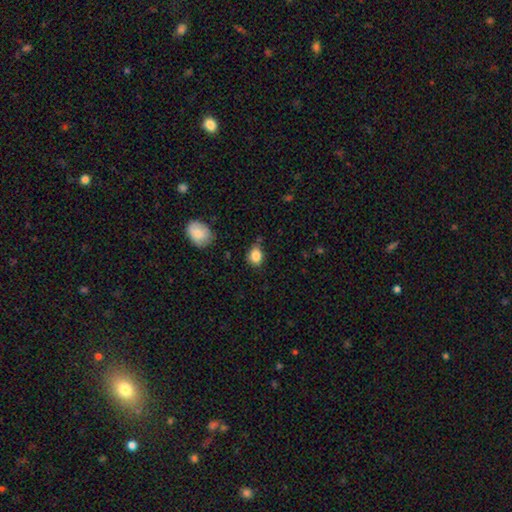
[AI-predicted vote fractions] smooth 86%, star or artifact 9%, featured or disk 5%. Down the decision tree: how rounded — in between (60%); merging — none (65%).